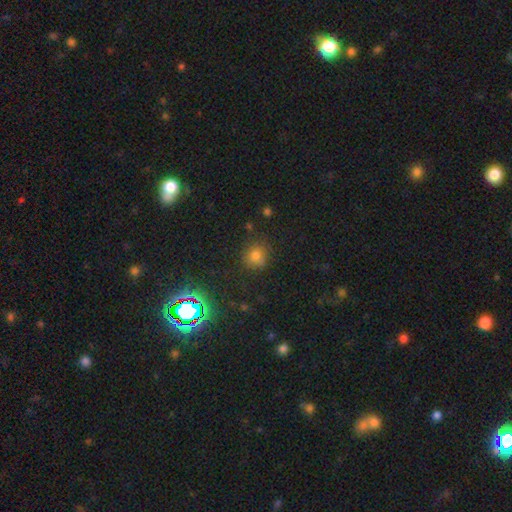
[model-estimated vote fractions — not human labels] Overall: smooth (74%). How rounded: round (87%). Merging: none (80%).